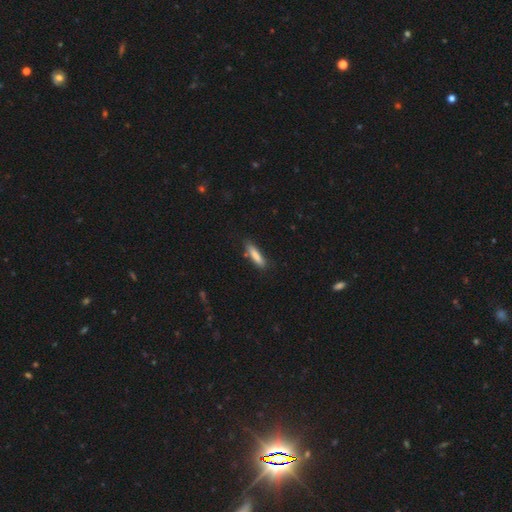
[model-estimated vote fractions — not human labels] Q: Smooth or featured?
A: smooth (83%); runner-up: featured or disk (11%)
Q: How rounded?
A: cigar-shaped (76%); runner-up: in between (23%)
Q: Merging?
A: none (78%); runner-up: minor disturbance (16%)